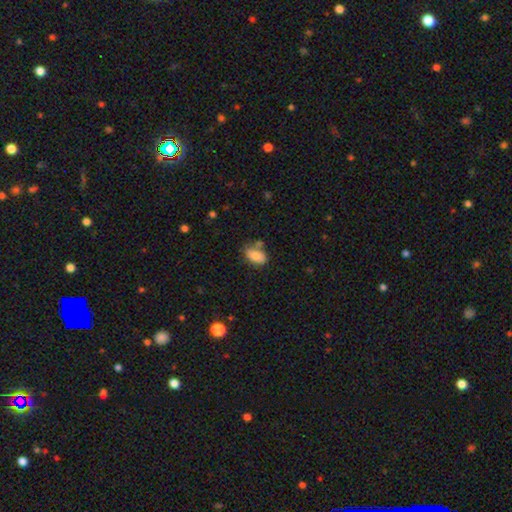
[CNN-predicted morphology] This appears to be a smooth galaxy with no disk features (84%) that is in between round and cigar-shaped (92%). Merging: none (66%).